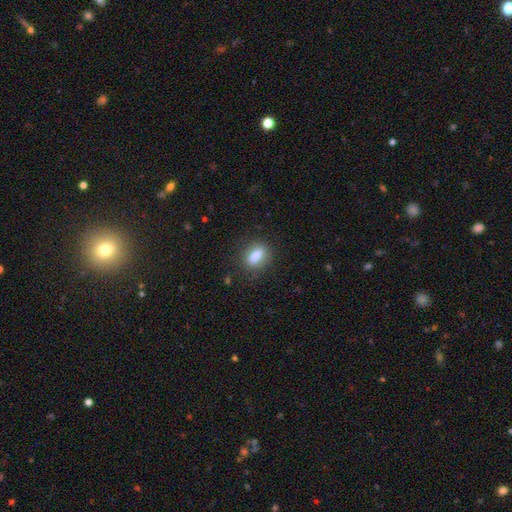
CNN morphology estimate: smooth 80%, featured or disk 11%, star or artifact 9%. Down the decision tree: how rounded — in between (71%); merging — none (81%).